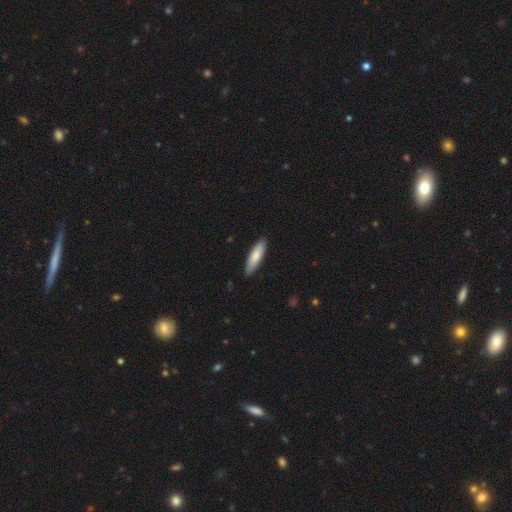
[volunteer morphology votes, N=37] Overall: smooth (76%). How rounded: cigar-shaped (75%). Merging: none (86%).